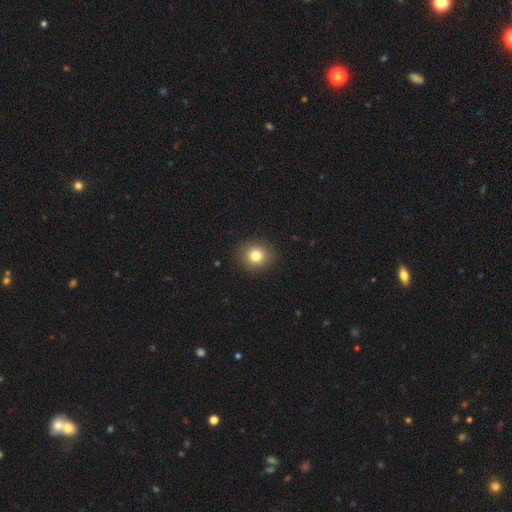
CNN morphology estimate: Smooth or featured?
  - smooth: 81% *
  - star or artifact: 11%
  - featured or disk: 8%
How rounded?
  - round: 78% *
  - in between: 21%
  - cigar-shaped: 1%
Merging?
  - none: 90% *
  - minor disturbance: 7%
  - major disturbance: 2%
  - merger: 1%